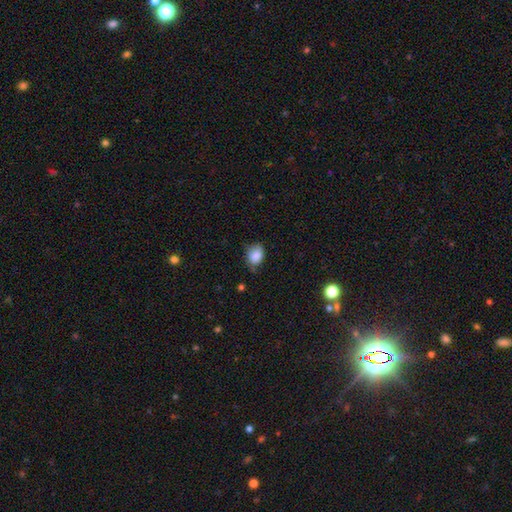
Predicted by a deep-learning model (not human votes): Morphology: type=smooth (85%); roundness=in between (64%); merging=none (60%).